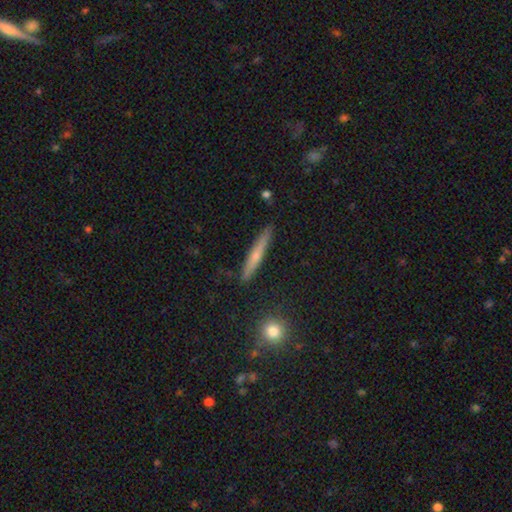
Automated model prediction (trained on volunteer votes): The model was most divided on "smooth or featured": smooth: 50%, featured or disk: 43%, star or artifact: 7%. More confident: how rounded — cigar-shaped (94%); merging — none (88%).